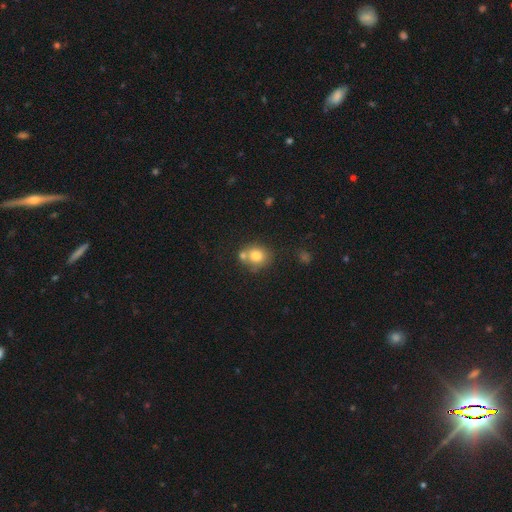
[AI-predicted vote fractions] This appears to be a smooth galaxy with no disk features (77%) that is round (78%). Merging: none (55%).